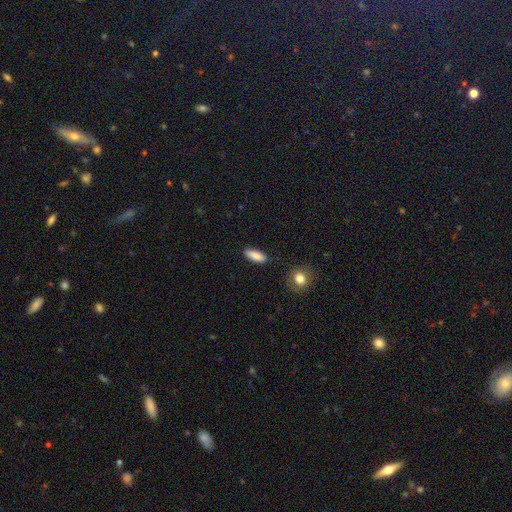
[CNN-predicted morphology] Smooth or featured? Predicted: smooth (p=0.87). How rounded? Predicted: in between (p=0.66). Merging? Predicted: none (p=0.87).